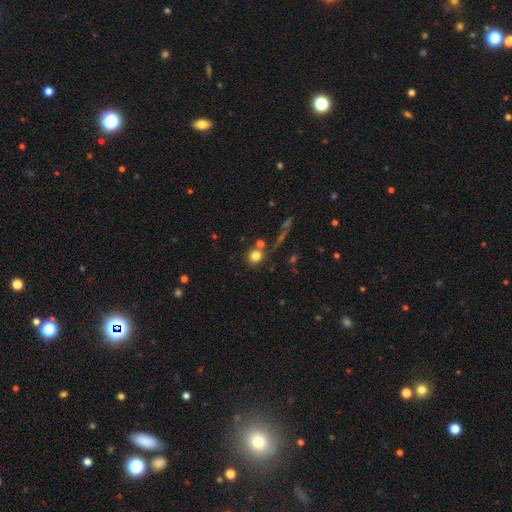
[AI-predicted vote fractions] This appears to be a smooth galaxy with no disk features (79%) that is round (87%). Merging: none (69%).